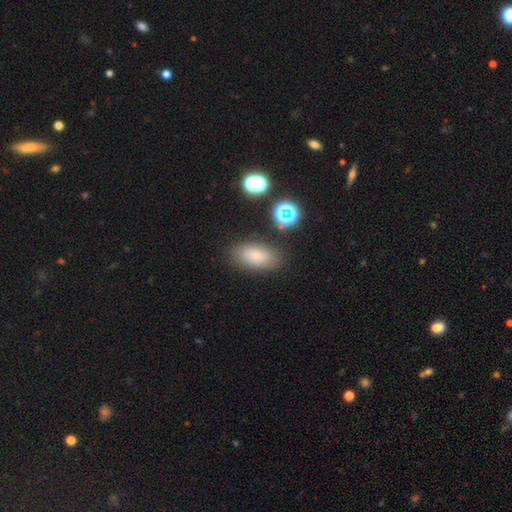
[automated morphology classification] smooth-or-featured: smooth: 81% | star or artifact: 11% | featured or disk: 8%
  how-rounded: in between: 91% | round: 5% | cigar-shaped: 4%
  merging: none: 83% | minor disturbance: 11% | major disturbance: 4% | merger: 3%